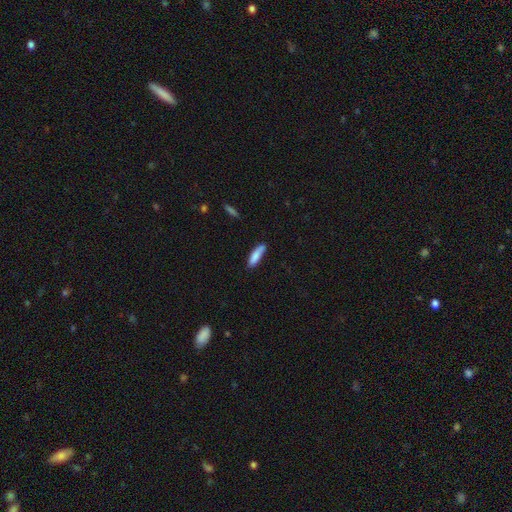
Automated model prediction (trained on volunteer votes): Smooth or featured? Predicted: smooth (p=0.83). How rounded? Predicted: cigar-shaped (p=0.63). Merging? Predicted: none (p=0.67).